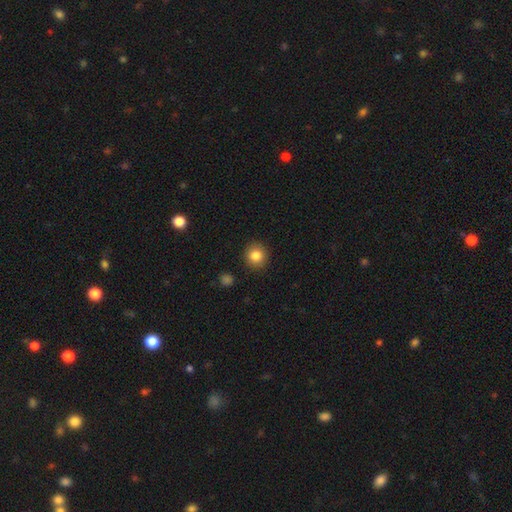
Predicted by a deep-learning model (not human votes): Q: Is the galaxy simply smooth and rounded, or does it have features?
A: smooth — 83%.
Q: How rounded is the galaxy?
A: round — 90%.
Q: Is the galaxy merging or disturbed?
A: none — 91%.